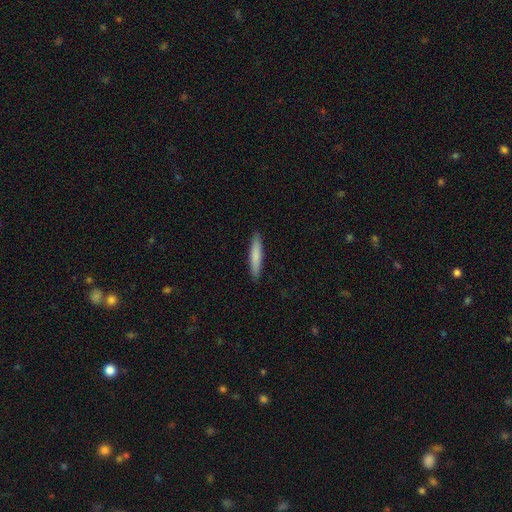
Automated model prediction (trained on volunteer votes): smooth-or-featured: smooth: 80% | featured or disk: 15% | star or artifact: 5%
  how-rounded: cigar-shaped: 91% | in between: 8% | round: 1%
  merging: none: 91% | minor disturbance: 7% | major disturbance: 1% | merger: 1%